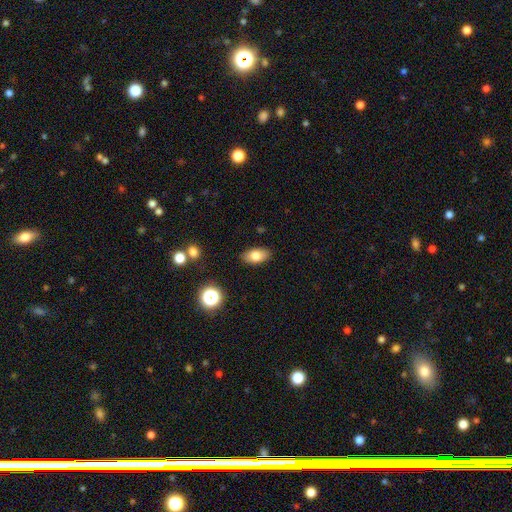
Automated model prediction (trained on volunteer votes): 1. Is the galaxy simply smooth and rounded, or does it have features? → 78% smooth, 13% featured or disk, 9% star or artifact.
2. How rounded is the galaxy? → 90% in between, 7% round, 3% cigar-shaped.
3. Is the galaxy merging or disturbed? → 87% none, 10% minor disturbance, 2% major disturbance, 1% merger.